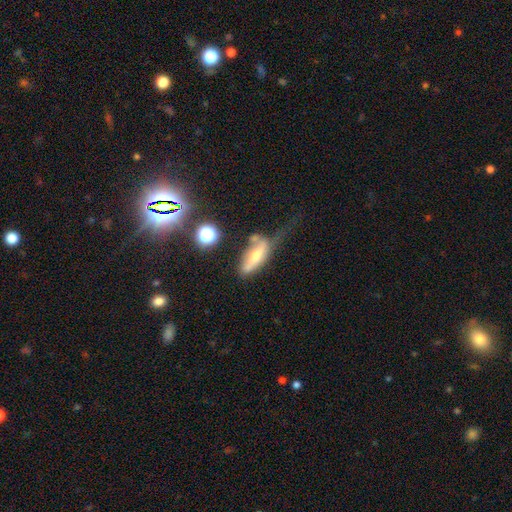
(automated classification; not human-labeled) Smooth or featured? Predicted: smooth (p=0.49). Merging? Predicted: major disturbance (p=0.31).